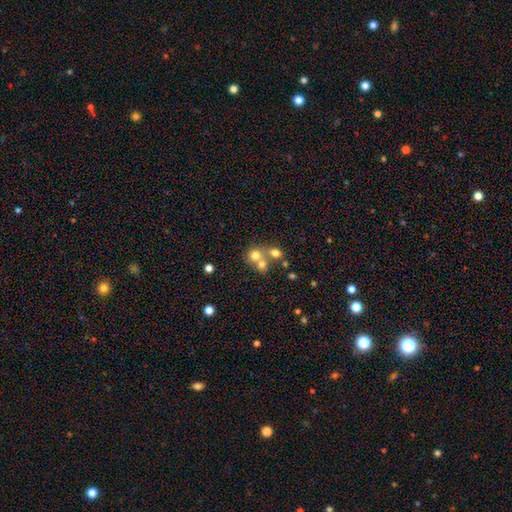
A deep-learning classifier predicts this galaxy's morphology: Overall: smooth (70%). How rounded: round (82%). Merging: merger (54%; none 37%).